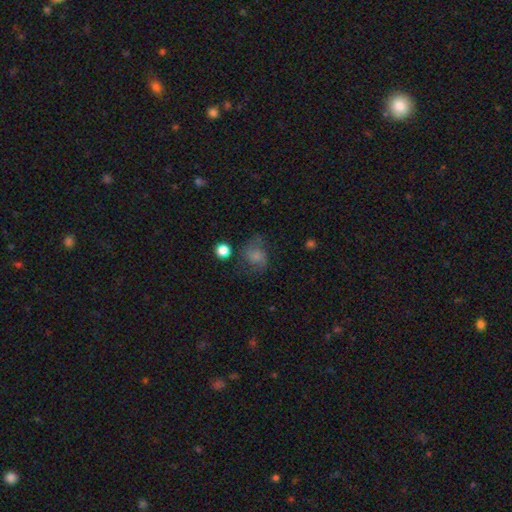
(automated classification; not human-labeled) A smooth galaxy with no disk features (59%) that is round (59%). Merging: none (55%).